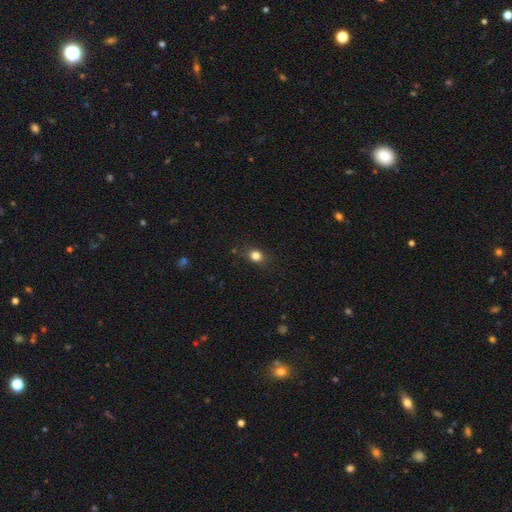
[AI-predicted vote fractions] This is clearly a smooth galaxy (82%). How rounded: possibly round (59%). Merging: clearly none (83%).